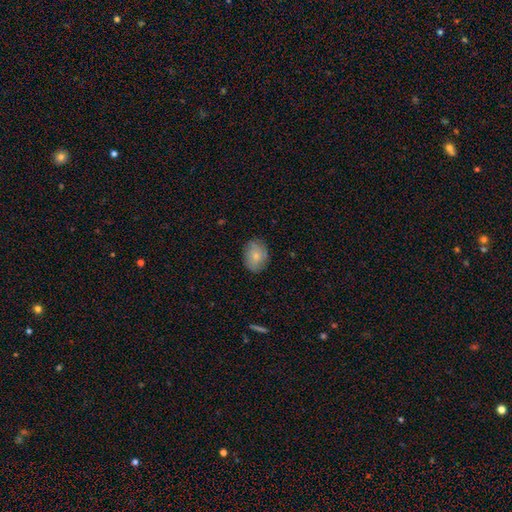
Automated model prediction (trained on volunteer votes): Smooth or featured?
  - smooth: 77% *
  - featured or disk: 16%
  - star or artifact: 7%
How rounded?
  - in between: 64% *
  - round: 35%
  - cigar-shaped: 1%
Merging?
  - none: 82% *
  - minor disturbance: 14%
  - major disturbance: 3%
  - merger: 1%